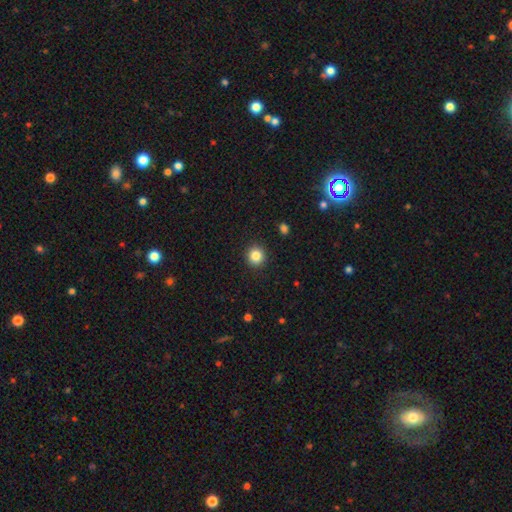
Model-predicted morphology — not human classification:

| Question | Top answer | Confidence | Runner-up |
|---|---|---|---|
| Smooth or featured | smooth | 85% | star or artifact (10%) |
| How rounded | round | 92% | in between (7%) |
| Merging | none | 92% | minor disturbance (5%) |